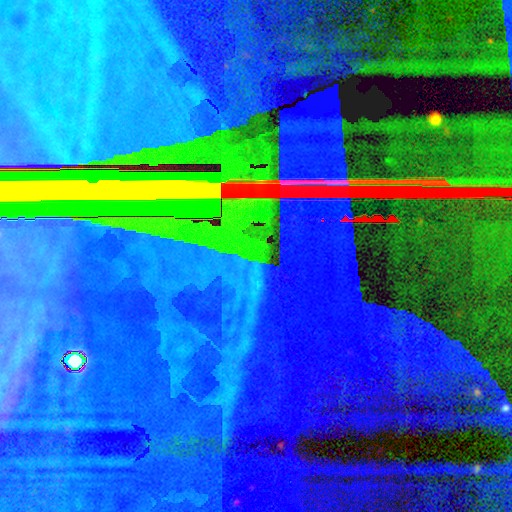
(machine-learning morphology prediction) A star or artifact, not a galaxy (88%).

Vote fractions:
- Smooth or featured? star or artifact: 88% / featured or disk: 7% / smooth: 5%